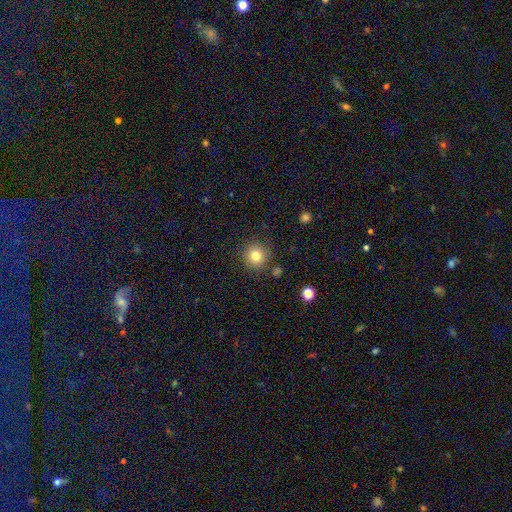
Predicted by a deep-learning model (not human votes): Overall: smooth (80%). How rounded: round (92%). Merging: none (86%).